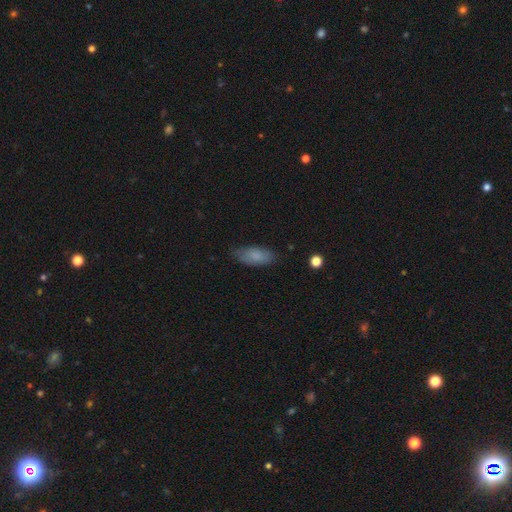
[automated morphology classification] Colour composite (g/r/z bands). It shows a smooth galaxy with no disk features (83%) that is in between round and cigar-shaped (83%). Merging: none (77%).